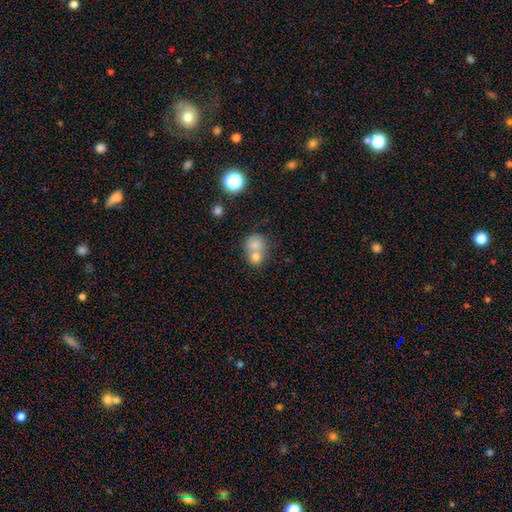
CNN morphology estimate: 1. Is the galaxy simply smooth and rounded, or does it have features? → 70% smooth, 18% featured or disk, 12% star or artifact.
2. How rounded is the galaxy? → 72% round, 27% in between, 1% cigar-shaped.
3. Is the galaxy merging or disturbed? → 63% merger, 28% none, 6% minor disturbance, 3% major disturbance.